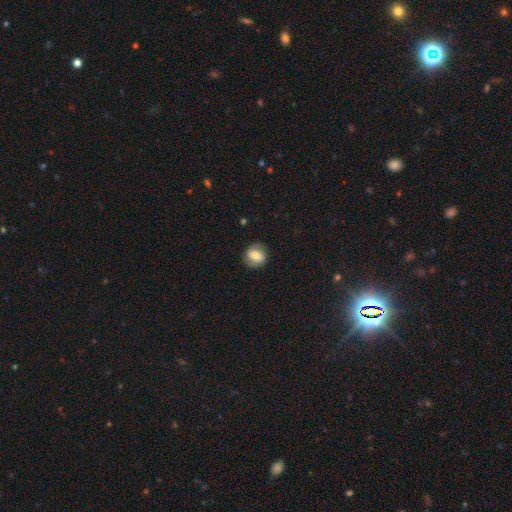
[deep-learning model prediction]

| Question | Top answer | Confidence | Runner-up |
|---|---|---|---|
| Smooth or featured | smooth | 54% | featured or disk (37%) |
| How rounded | round | 66% | in between (32%) |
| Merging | none | 81% | minor disturbance (13%) |